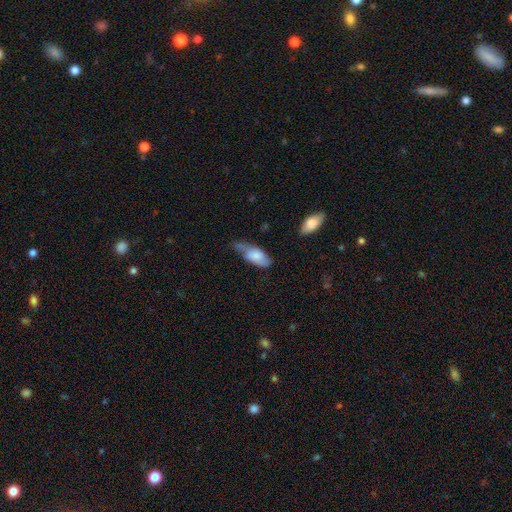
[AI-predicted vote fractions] A smooth galaxy with no disk features (69%) that is in between round and cigar-shaped (84%).

Vote fractions:
- Smooth or featured? smooth: 69% / featured or disk: 24% / star or artifact: 6%
- How rounded? in between: 84% / cigar-shaped: 14% / round: 2%
- Merging? minor disturbance: 44% / none: 31% / major disturbance: 21% / merger: 4%